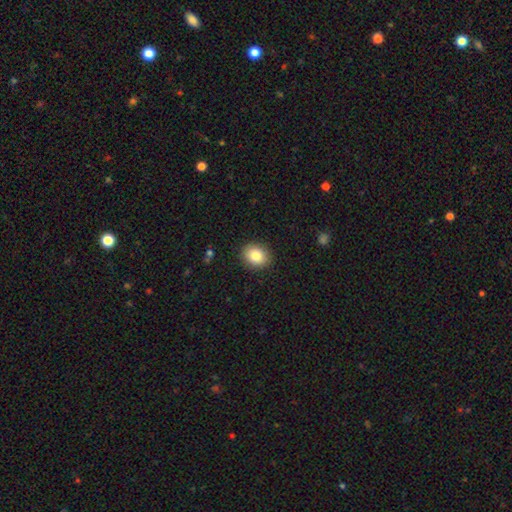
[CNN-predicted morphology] This is clearly a smooth galaxy (83%). How rounded: possibly round (60%). Merging: clearly none (90%).